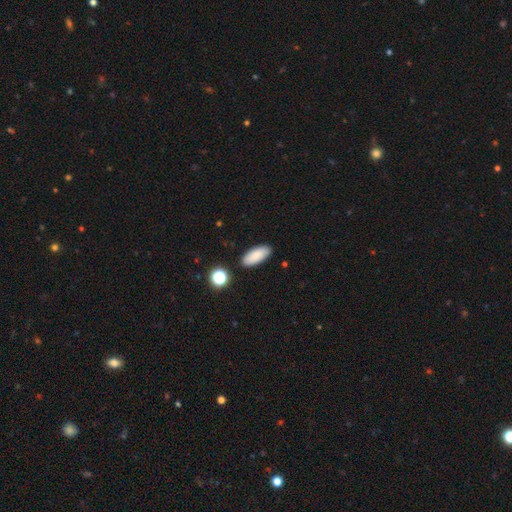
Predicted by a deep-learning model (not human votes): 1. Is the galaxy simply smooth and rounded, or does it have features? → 87% smooth, 8% star or artifact, 6% featured or disk.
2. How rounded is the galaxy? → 86% in between, 11% cigar-shaped, 2% round.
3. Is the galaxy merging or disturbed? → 86% none, 10% minor disturbance, 3% merger, 2% major disturbance.